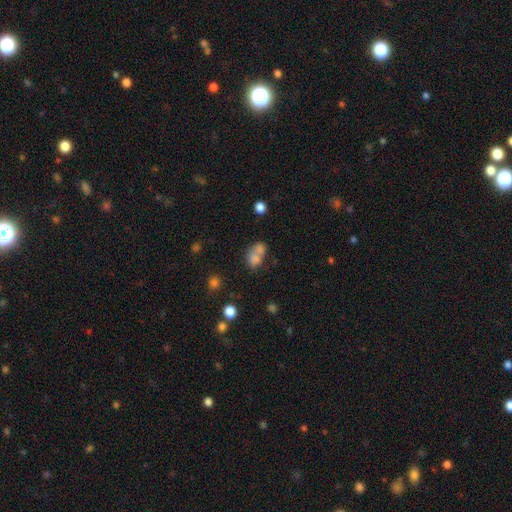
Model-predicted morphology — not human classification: This is likely a smooth galaxy (71%). How rounded: likely in between (64%). Merging: possibly merger (56%).